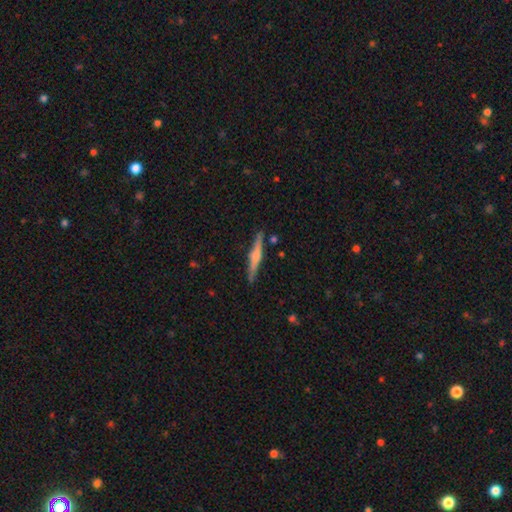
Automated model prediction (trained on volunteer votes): A featured or disk galaxy (66%) viewed edge-on (98%) with a rounded central bulge (76%). Merging: none (89%).